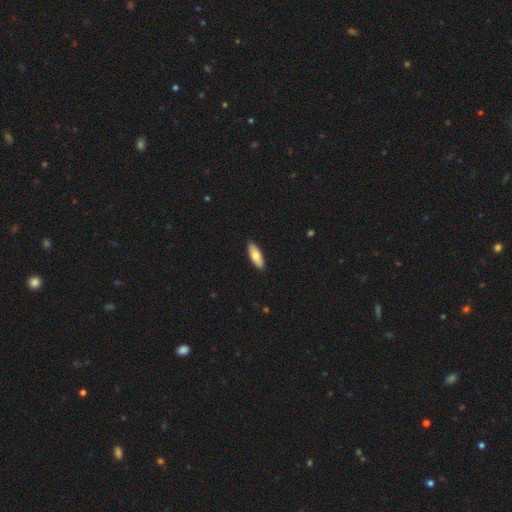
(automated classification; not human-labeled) Q: Smooth or featured?
A: smooth (76%); runner-up: featured or disk (19%)
Q: How rounded?
A: in between (64%); runner-up: cigar-shaped (34%)
Q: Merging?
A: none (90%); runner-up: minor disturbance (8%)